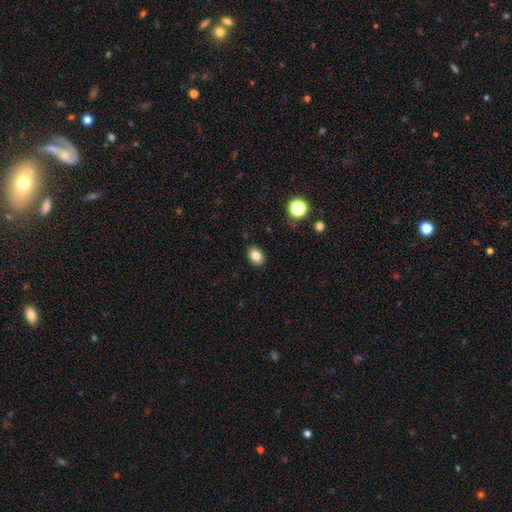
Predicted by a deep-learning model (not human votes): Smooth or featured? Predicted: smooth (p=0.82). How rounded? Predicted: in between (p=0.75). Merging? Predicted: none (p=0.87).